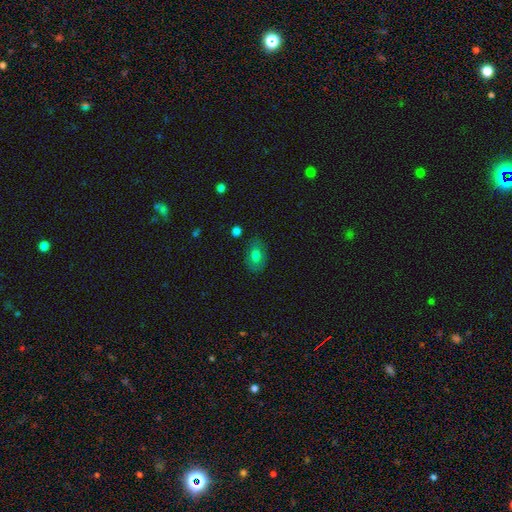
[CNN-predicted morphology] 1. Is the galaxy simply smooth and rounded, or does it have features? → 71% smooth, 19% featured or disk, 10% star or artifact.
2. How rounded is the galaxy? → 85% in between, 12% round, 2% cigar-shaped.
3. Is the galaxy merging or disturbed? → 78% none, 15% minor disturbance, 4% major disturbance, 2% merger.